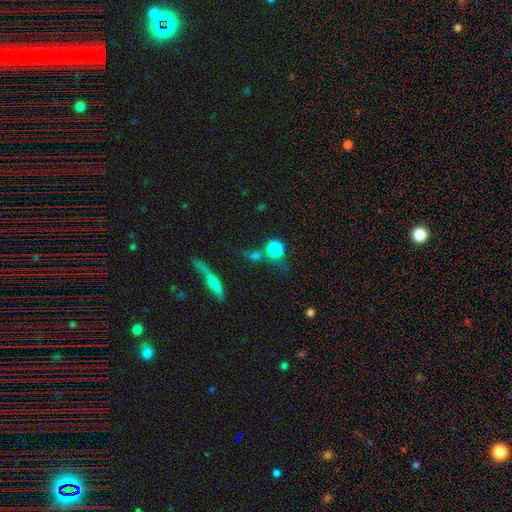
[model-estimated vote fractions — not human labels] Smooth or featured? Predicted: smooth (p=0.70). How rounded? Predicted: round (p=0.77). Merging? Predicted: none (p=0.55).